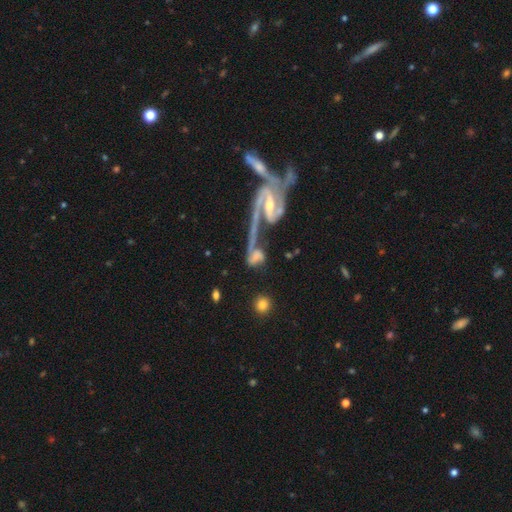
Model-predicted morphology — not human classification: smooth-or-featured: featured or disk: 65% | smooth: 26% | star or artifact: 9%
  disk-edge-on: no: 94% | yes: 6%
    bar: weak: 35% | strong: 32% | no: 32%
    has-spiral-arms: yes: 82% | no: 18%
    bulge-size: moderate: 39% | small: 35% | none: 15% | large: 9% | dominant: 3%
  merging: merger: 47% | major disturbance: 22% | none: 20% | minor disturbance: 11%